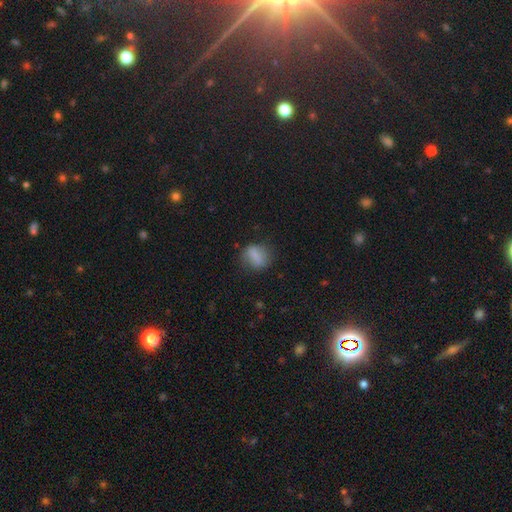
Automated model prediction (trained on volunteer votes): Smooth or featured?
  - smooth: 74% *
  - featured or disk: 17%
  - star or artifact: 9%
How rounded?
  - round: 52% *
  - in between: 45%
  - cigar-shaped: 3%
Merging?
  - none: 73% *
  - minor disturbance: 18%
  - major disturbance: 7%
  - merger: 2%